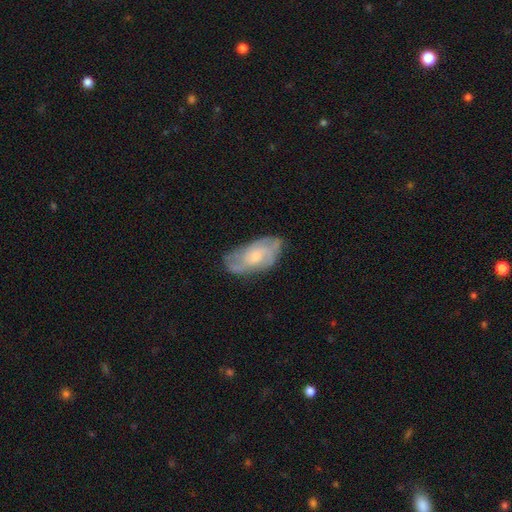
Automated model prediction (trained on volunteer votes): Q: Smooth or featured?
A: featured or disk (71%); runner-up: smooth (23%)
Q: Edge-on disk?
A: no (94%); runner-up: yes (6%)
Q: Bar?
A: no (68%); runner-up: weak (28%)
Q: Spiral arms?
A: yes (88%); runner-up: no (12%)
Q: Spiral winding?
A: medium (44%); runner-up: tight (39%)
Q: Spiral arm count?
A: can't tell (34%); runner-up: 2 (31%)
Q: Bulge size?
A: small (50%); runner-up: moderate (43%)
Q: Merging?
A: none (67%); runner-up: minor disturbance (24%)